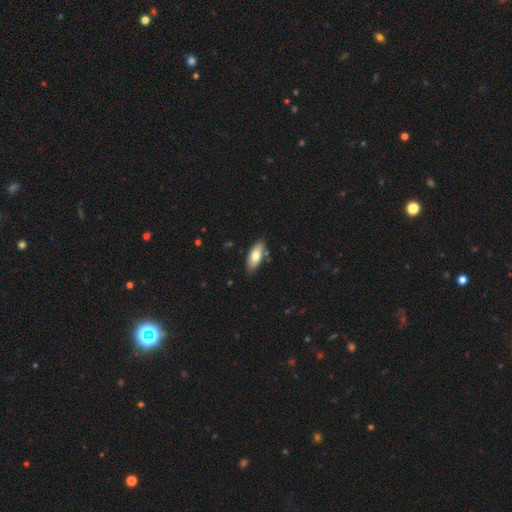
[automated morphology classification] Smooth or featured: smooth — 72% (featured or disk — 22%)
How rounded: in between — 82% (cigar-shaped — 16%)
Merging: none — 79% (minor disturbance — 15%)